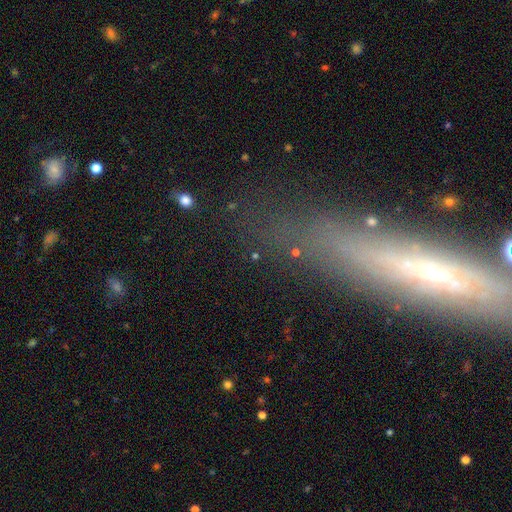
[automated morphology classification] A star or artifact, not a galaxy (43%).

Vote fractions:
- Smooth or featured? star or artifact: 43% / smooth: 37% / featured or disk: 20%